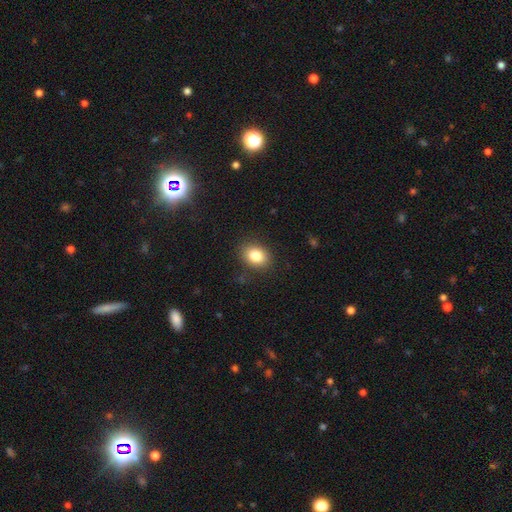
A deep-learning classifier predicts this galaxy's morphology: smooth-or-featured: smooth: 83% | star or artifact: 10% | featured or disk: 7%
  how-rounded: in between: 62% | round: 37% | cigar-shaped: 1%
  merging: none: 86% | minor disturbance: 10% | major disturbance: 3% | merger: 1%